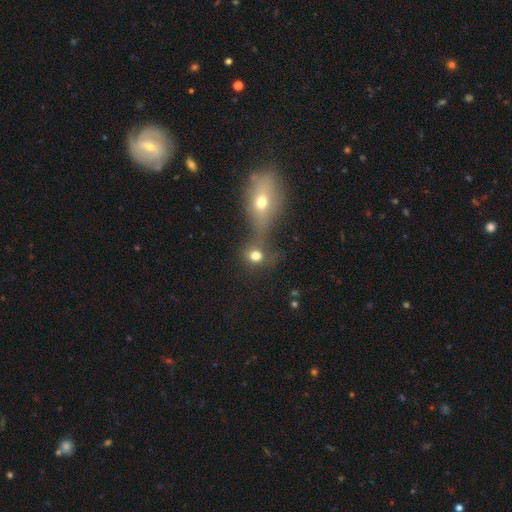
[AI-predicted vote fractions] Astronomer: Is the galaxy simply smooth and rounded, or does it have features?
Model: smooth — 71%.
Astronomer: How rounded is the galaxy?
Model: round — 71%.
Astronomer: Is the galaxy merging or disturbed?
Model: merger — 49% (runner-up: none, 36%).